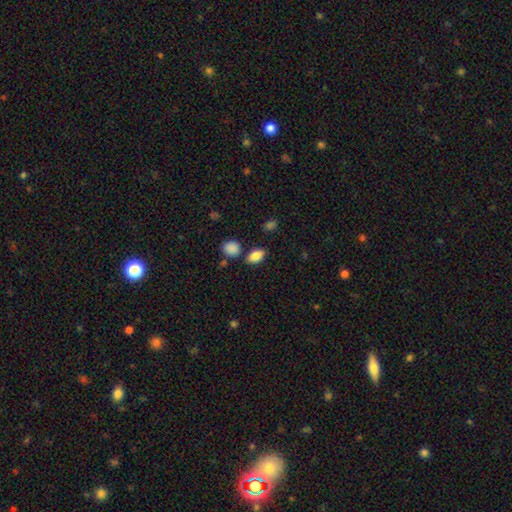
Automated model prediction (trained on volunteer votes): smooth-or-featured: smooth: 84% | star or artifact: 9% | featured or disk: 7%
  how-rounded: in between: 86% | round: 11% | cigar-shaped: 3%
  merging: none: 80% | minor disturbance: 11% | merger: 6% | major disturbance: 3%